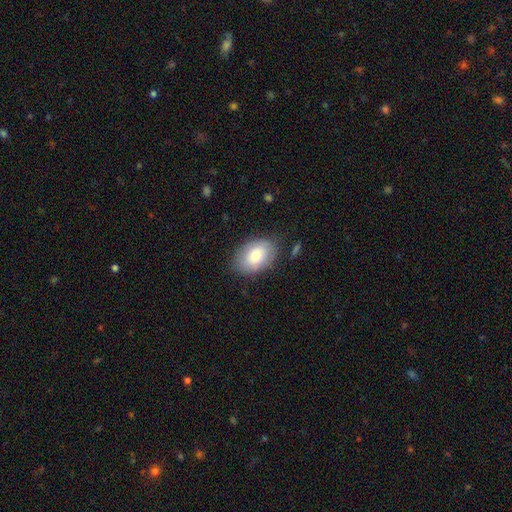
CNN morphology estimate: Overall: smooth (75%). How rounded: in between (85%). Merging: none (79%).